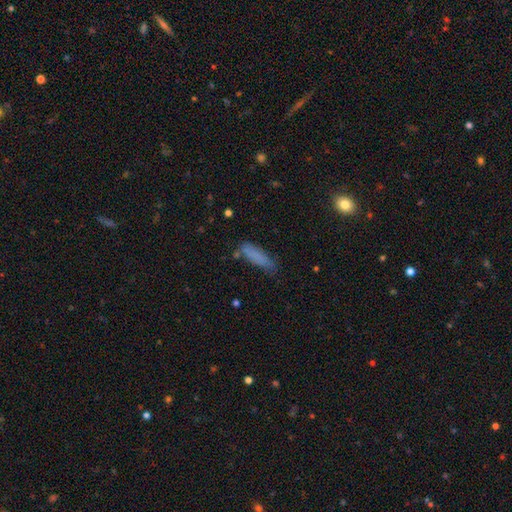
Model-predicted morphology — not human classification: This appears to be a smooth galaxy with no disk features (80%) that is cigar-shaped (66%). Merging: none (70%).